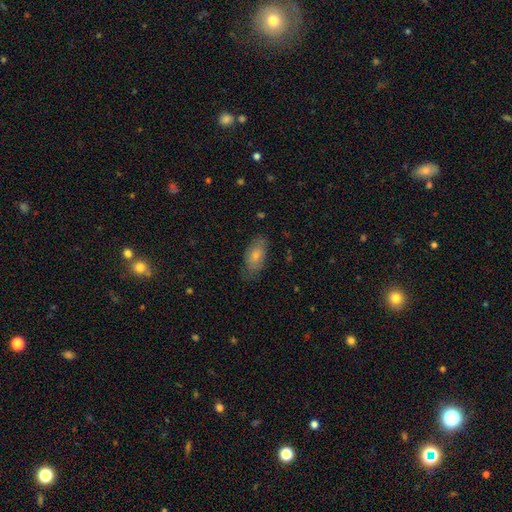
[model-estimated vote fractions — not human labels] Smooth or featured: smooth — 71% (featured or disk — 22%)
How rounded: in between — 91% (cigar-shaped — 4%)
Merging: none — 66% (minor disturbance — 25%)